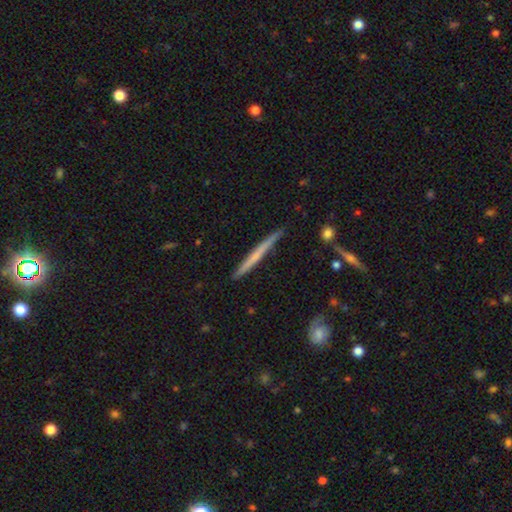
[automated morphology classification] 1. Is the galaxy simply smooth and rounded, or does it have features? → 50% smooth, 45% featured or disk, 5% star or artifact.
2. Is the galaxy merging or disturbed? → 88% none, 9% minor disturbance, 2% major disturbance, 1% merger.